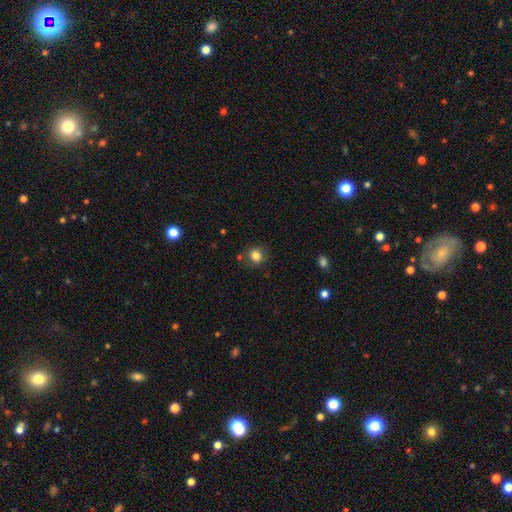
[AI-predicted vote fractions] This appears to be a smooth galaxy with no disk features (82%) that is round (75%). Merging: none (79%).